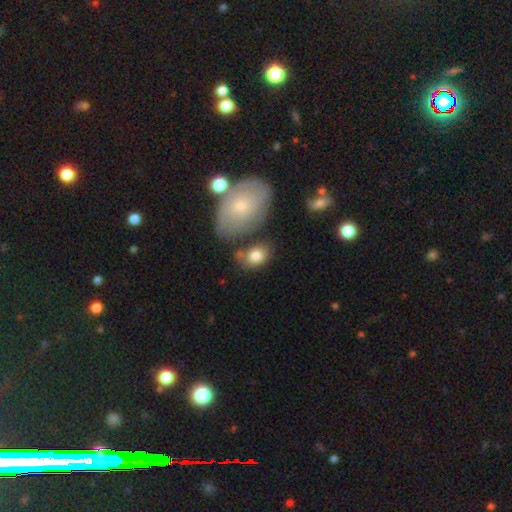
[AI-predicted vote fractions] smooth 77%, featured or disk 16%, star or artifact 7%. Down the decision tree: how rounded — in between (71%); merging — none (55%).